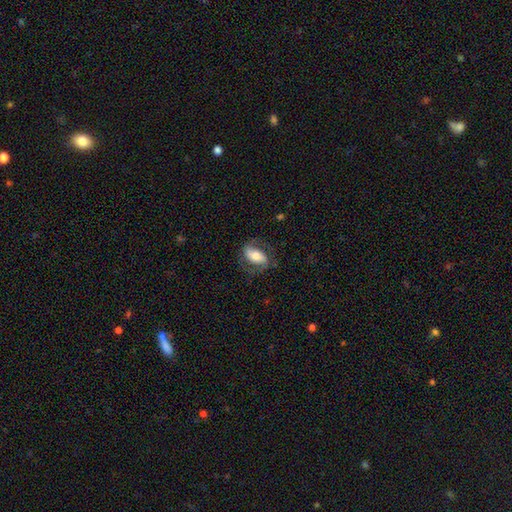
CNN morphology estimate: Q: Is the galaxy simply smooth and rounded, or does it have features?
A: featured or disk — 53%.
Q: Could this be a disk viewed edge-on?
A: no — 92%.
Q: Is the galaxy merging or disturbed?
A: none — 68%.